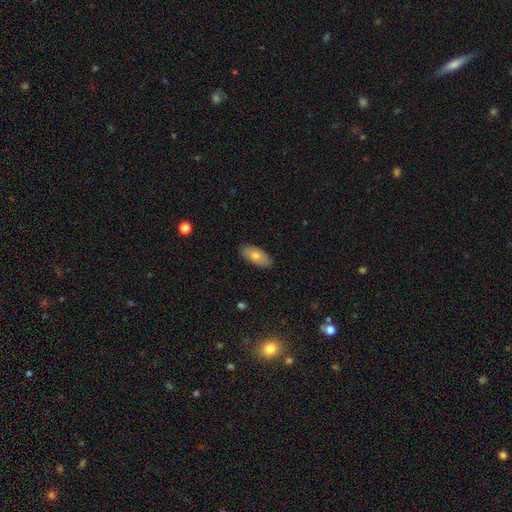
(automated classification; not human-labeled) The model was most divided on "smooth or featured": smooth: 76%, featured or disk: 18%, star or artifact: 6%. More confident: how rounded — in between (91%); merging — none (87%).